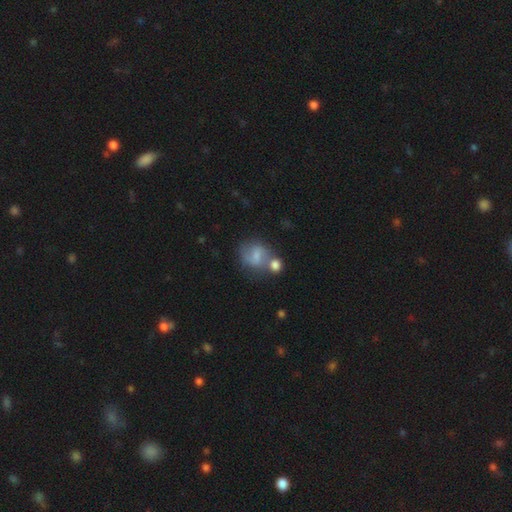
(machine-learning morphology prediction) Smooth or featured: smooth — 49% (featured or disk — 41%)
Merging: none — 43% (merger — 34%)